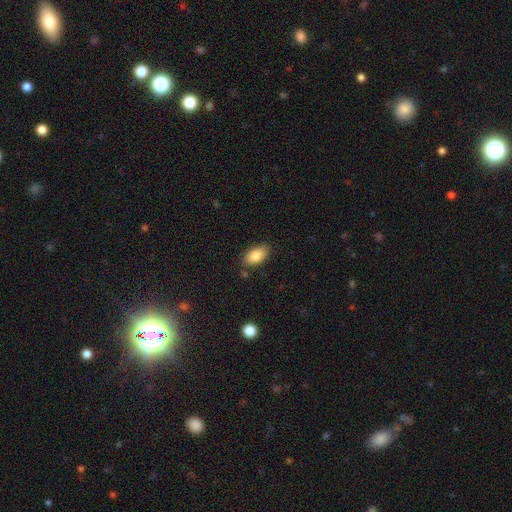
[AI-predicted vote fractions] smooth 84%, featured or disk 8%, star or artifact 7%. Down the decision tree: how rounded — in between (93%); merging — none (84%).